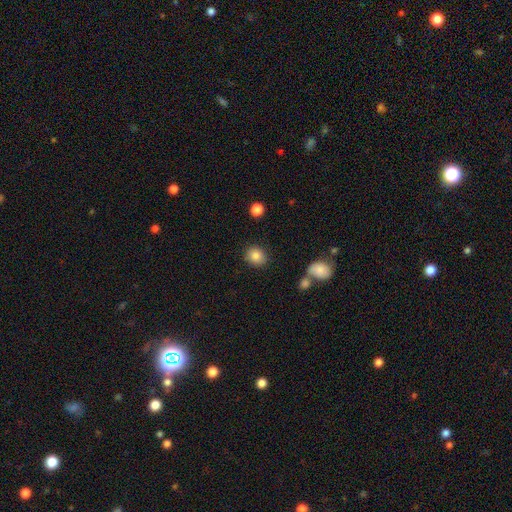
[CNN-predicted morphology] A smooth galaxy with no disk features (84%) that is round (70%).

Vote fractions:
- Smooth or featured? smooth: 84% / star or artifact: 9% / featured or disk: 6%
- How rounded? round: 70% / in between: 29% / cigar-shaped: 1%
- Merging? none: 86% / minor disturbance: 9% / merger: 3% / major disturbance: 3%